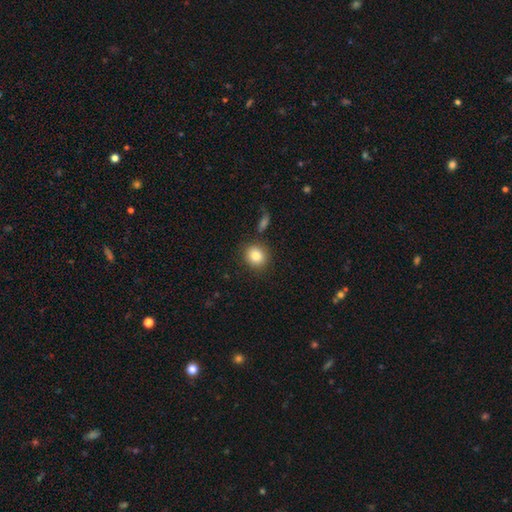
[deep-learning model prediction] smooth-or-featured: smooth: 83% | star or artifact: 9% | featured or disk: 8%
  how-rounded: round: 82% | in between: 17% | cigar-shaped: 1%
  merging: none: 84% | minor disturbance: 9% | merger: 4% | major disturbance: 3%